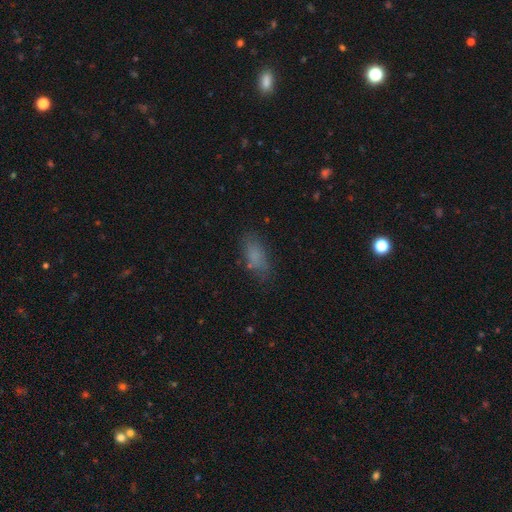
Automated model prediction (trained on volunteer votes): This appears to be a smooth galaxy with no disk features (75%) that is in between round and cigar-shaped (83%). Merging: none (70%).